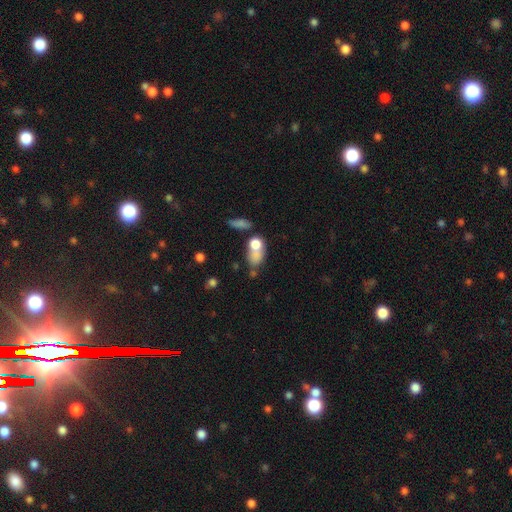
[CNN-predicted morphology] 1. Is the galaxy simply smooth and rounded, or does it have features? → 73% smooth, 16% featured or disk, 11% star or artifact.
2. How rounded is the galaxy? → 69% in between, 27% round, 4% cigar-shaped.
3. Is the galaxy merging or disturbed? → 37% merger, 30% none, 17% minor disturbance, 15% major disturbance.